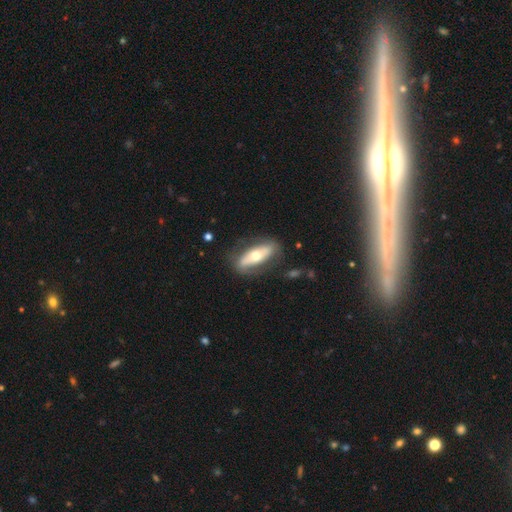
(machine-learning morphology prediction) Smooth or featured?
  - featured or disk: 52% *
  - smooth: 42%
  - star or artifact: 5%
Edge-on disk?
  - no: 65% *
  - yes: 35%
Merging?
  - none: 76% *
  - minor disturbance: 15%
  - major disturbance: 7%
  - merger: 2%